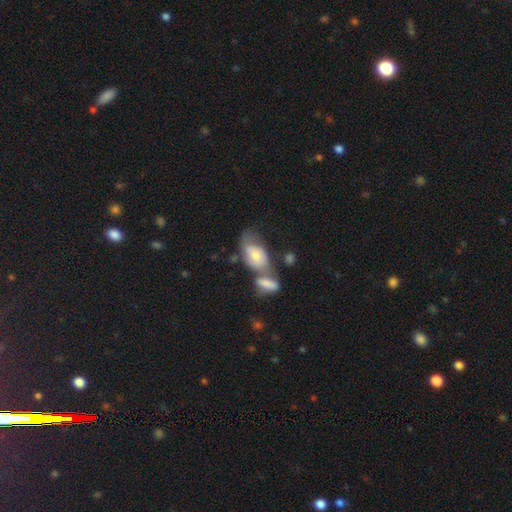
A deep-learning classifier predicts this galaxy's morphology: smooth-or-featured: smooth: 58% | featured or disk: 34% | star or artifact: 8%
  how-rounded: in between: 87% | round: 10% | cigar-shaped: 3%
  merging: merger: 50% | none: 21% | minor disturbance: 16% | major disturbance: 14%